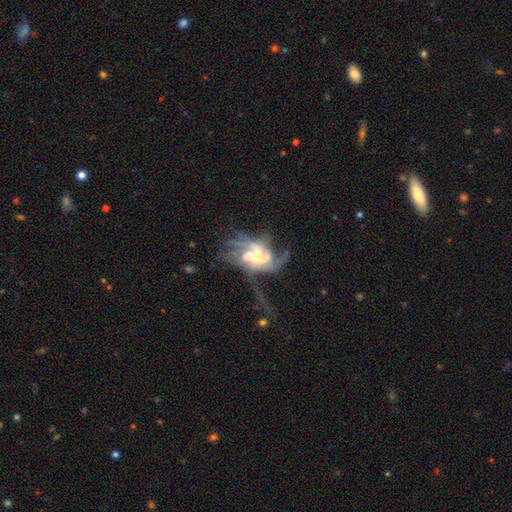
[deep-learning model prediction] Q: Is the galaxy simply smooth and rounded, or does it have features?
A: featured or disk — 81%.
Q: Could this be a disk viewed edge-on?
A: no — 96%.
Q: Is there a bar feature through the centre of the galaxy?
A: no — 50%.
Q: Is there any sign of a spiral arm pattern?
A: yes — 86%.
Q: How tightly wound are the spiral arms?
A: medium — 40%.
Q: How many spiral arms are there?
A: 2 — 28%, tied with can't tell.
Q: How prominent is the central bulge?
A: moderate — 40%.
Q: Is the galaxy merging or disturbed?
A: major disturbance — 37%.